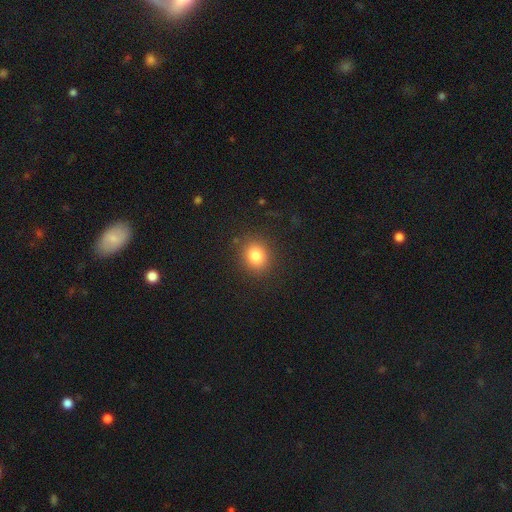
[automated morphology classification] Smooth or featured?
  - smooth: 82% *
  - star or artifact: 11%
  - featured or disk: 6%
How rounded?
  - round: 69% *
  - in between: 30%
  - cigar-shaped: 1%
Merging?
  - none: 87% *
  - minor disturbance: 8%
  - major disturbance: 3%
  - merger: 1%